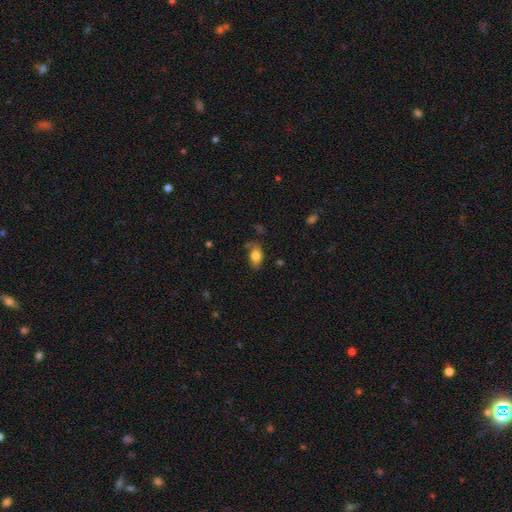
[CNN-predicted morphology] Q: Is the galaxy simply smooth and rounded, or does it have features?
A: smooth — 82%.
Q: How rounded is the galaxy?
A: in between — 90%.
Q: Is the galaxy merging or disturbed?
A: none — 71%.